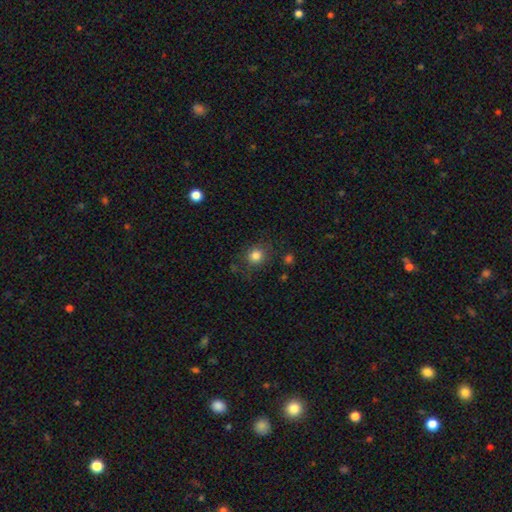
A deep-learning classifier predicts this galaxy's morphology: smooth-or-featured: smooth: 83% | star or artifact: 11% | featured or disk: 6%
  how-rounded: round: 85% | in between: 14% | cigar-shaped: 1%
  merging: none: 82% | minor disturbance: 12% | major disturbance: 4% | merger: 2%